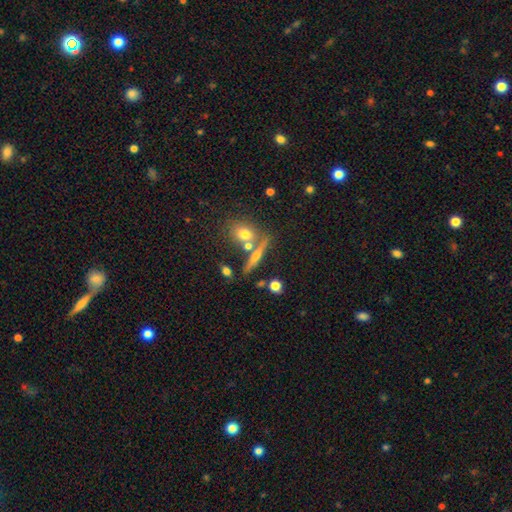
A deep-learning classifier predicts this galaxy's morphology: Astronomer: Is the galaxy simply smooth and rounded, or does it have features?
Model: featured or disk — 51% (runner-up: smooth, 39%).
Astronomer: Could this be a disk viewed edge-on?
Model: yes — 89%.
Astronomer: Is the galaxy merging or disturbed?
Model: none — 67%.